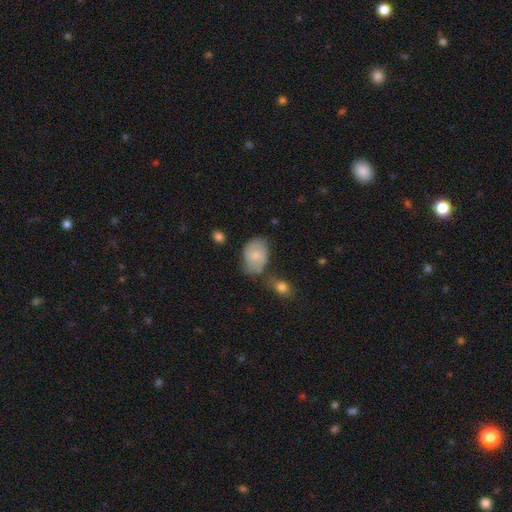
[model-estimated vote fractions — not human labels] Smooth or featured: smooth — 71% (featured or disk — 23%)
How rounded: in between — 78% (round — 21%)
Merging: none — 53% (minor disturbance — 26%)